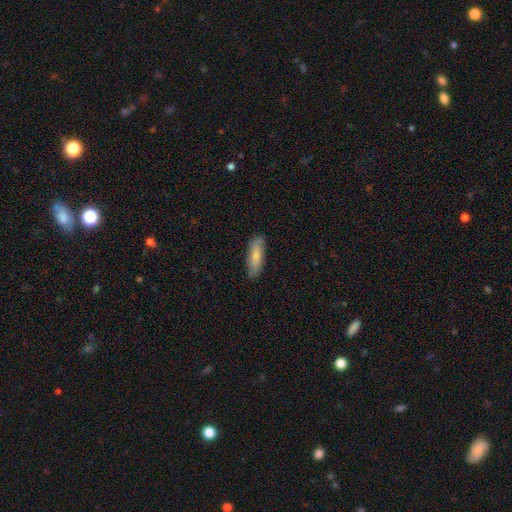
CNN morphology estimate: This is likely a smooth galaxy (74%). How rounded: possibly in between (56%). Merging: clearly none (80%).